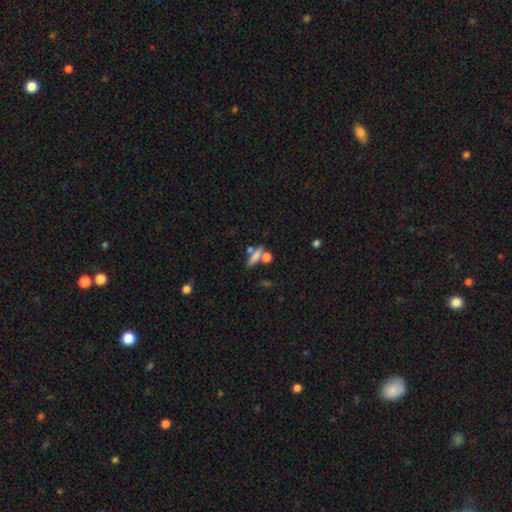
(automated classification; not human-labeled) A smooth galaxy with no disk features (70%) that is cigar-shaped (50%). Merging: none (52%).